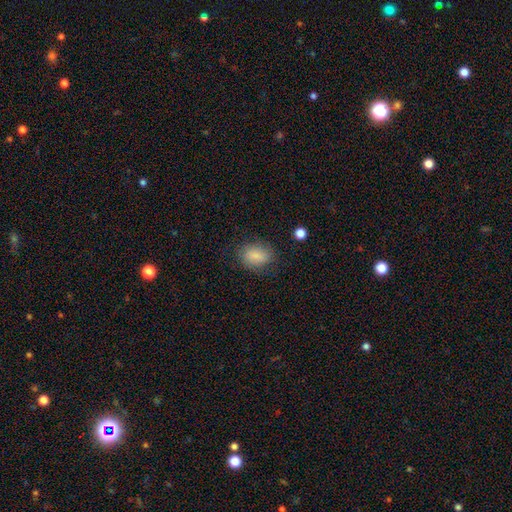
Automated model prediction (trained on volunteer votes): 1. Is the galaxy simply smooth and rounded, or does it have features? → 83% smooth, 9% featured or disk, 8% star or artifact.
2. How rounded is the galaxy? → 73% in between, 25% round, 2% cigar-shaped.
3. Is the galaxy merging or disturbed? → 79% none, 15% minor disturbance, 5% major disturbance, 1% merger.